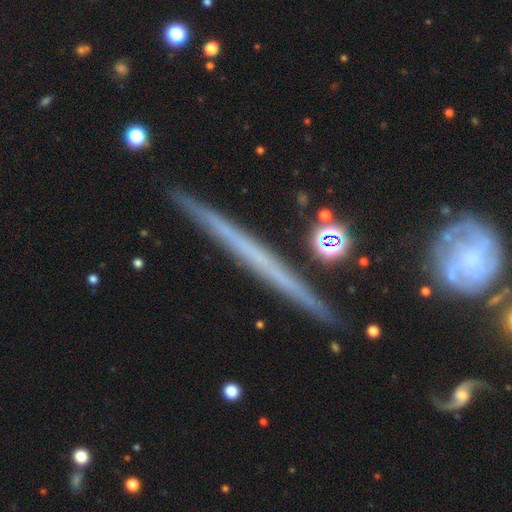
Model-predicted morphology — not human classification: A featured or disk galaxy (69%) viewed edge-on (96%) with no central bulge (91%). Merging: none (87%).